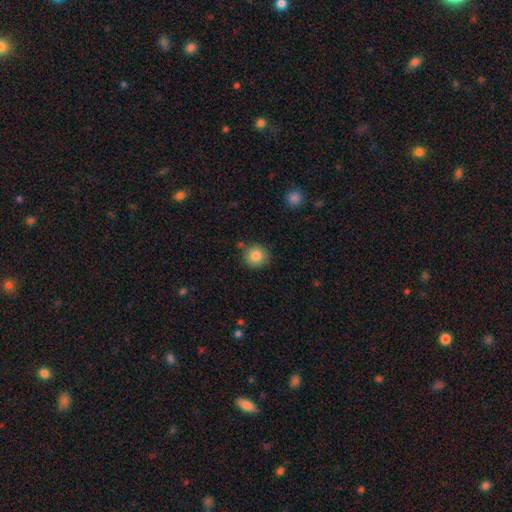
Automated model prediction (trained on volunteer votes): smooth-or-featured: smooth: 84% | star or artifact: 9% | featured or disk: 6%
  how-rounded: round: 92% | in between: 7% | cigar-shaped: 1%
  merging: none: 84% | minor disturbance: 9% | merger: 4% | major disturbance: 3%